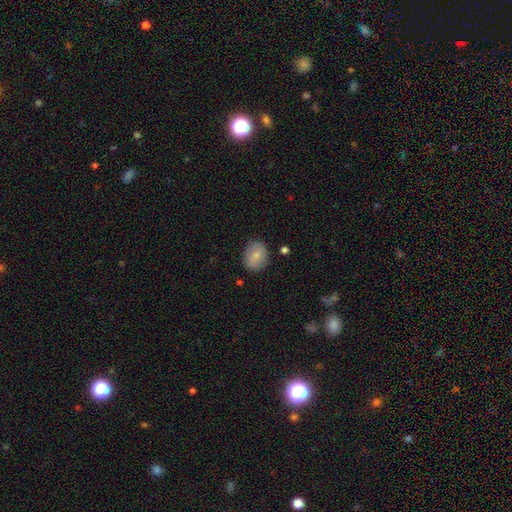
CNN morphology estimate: type=smooth (79%); roundness=round (56%); merging=none (84%).